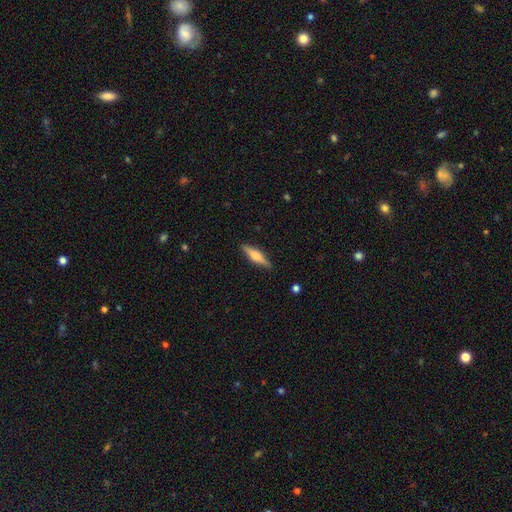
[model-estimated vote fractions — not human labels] Q: Smooth or featured?
A: featured or disk (54%); runner-up: smooth (39%)
Q: Edge-on disk?
A: yes (96%); runner-up: no (4%)
Q: Edge-on bulge?
A: rounded (75%); runner-up: boxy (19%)
Q: Merging?
A: none (88%); runner-up: minor disturbance (8%)